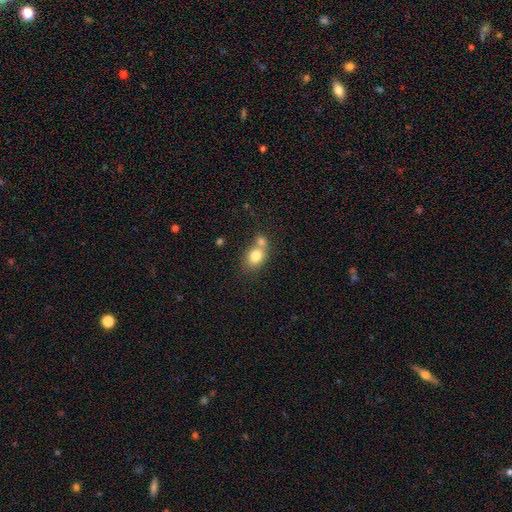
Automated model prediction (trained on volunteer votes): The model was most divided on "merging": merger: 47%, none: 39%, minor disturbance: 10%, major disturbance: 3%. More confident: smooth or featured — smooth (78%); how rounded — in between (54%).